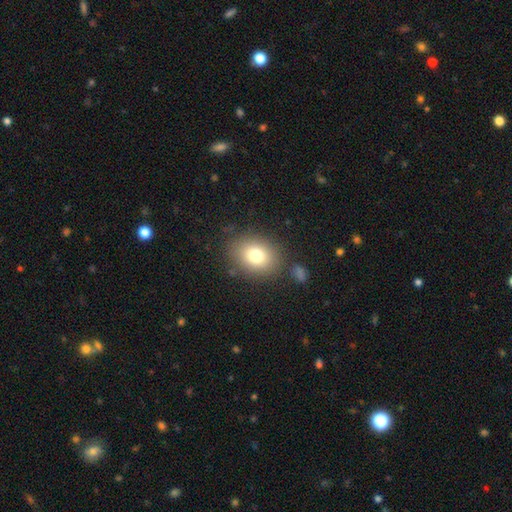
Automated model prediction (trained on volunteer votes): Morphology: type=smooth (77%); roundness=in between (50%); merging=none (82%).